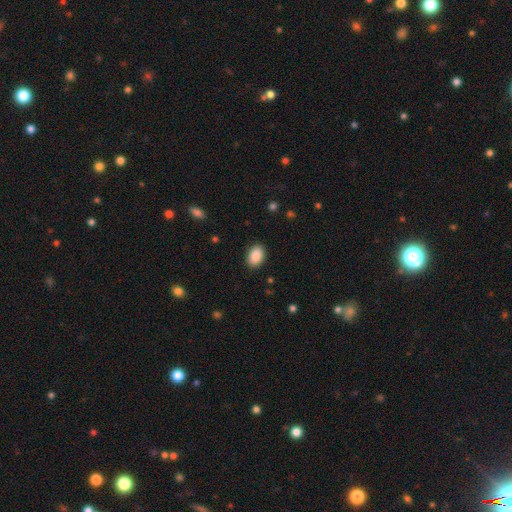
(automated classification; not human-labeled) The model was most divided on "how rounded": in between: 87%, round: 12%, cigar-shaped: 1%. More confident: smooth or featured — smooth (90%); merging — none (89%).